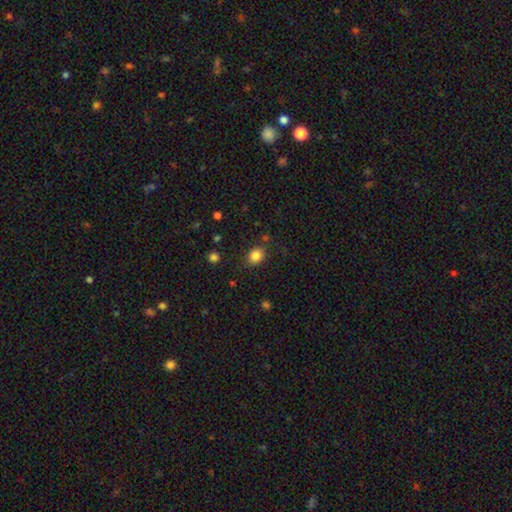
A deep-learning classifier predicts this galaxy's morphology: smooth-or-featured: smooth: 84% | star or artifact: 11% | featured or disk: 5%
  how-rounded: round: 52% | in between: 47% | cigar-shaped: 1%
  merging: none: 82% | minor disturbance: 12% | major disturbance: 4% | merger: 3%